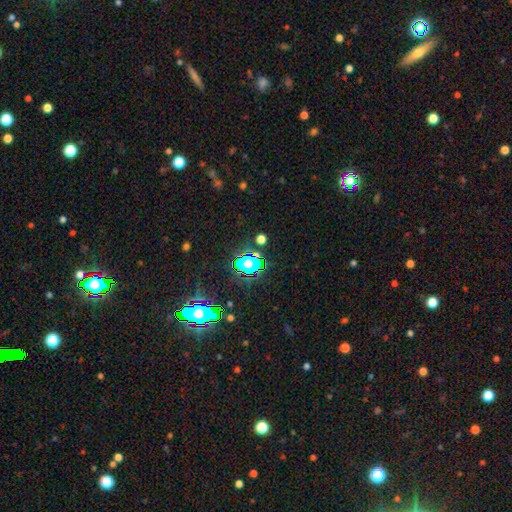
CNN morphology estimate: This appears to be a star or artifact, not a galaxy (78%).